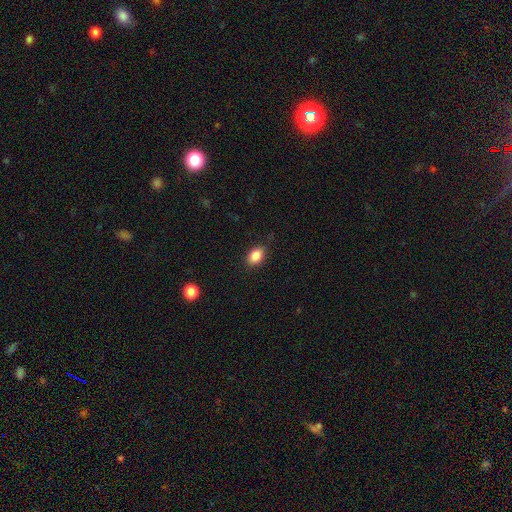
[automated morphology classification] Smooth or featured?
  - smooth: 86% *
  - star or artifact: 8%
  - featured or disk: 6%
How rounded?
  - in between: 83% *
  - round: 15%
  - cigar-shaped: 2%
Merging?
  - none: 85% *
  - minor disturbance: 12%
  - major disturbance: 3%
  - merger: 1%